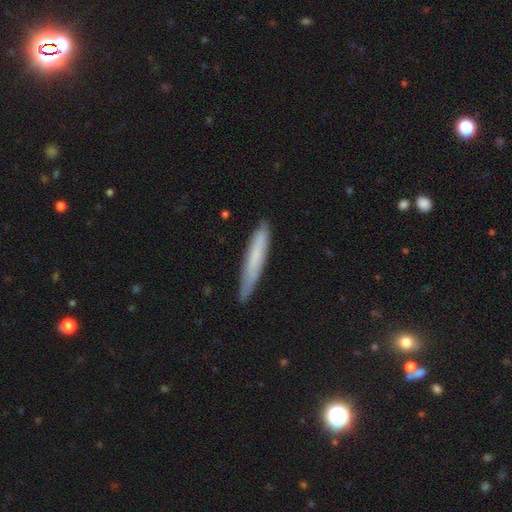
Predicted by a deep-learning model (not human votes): Smooth or featured: smooth — 67% (featured or disk — 26%)
How rounded: cigar-shaped — 94% (in between — 5%)
Merging: none — 83% (minor disturbance — 14%)